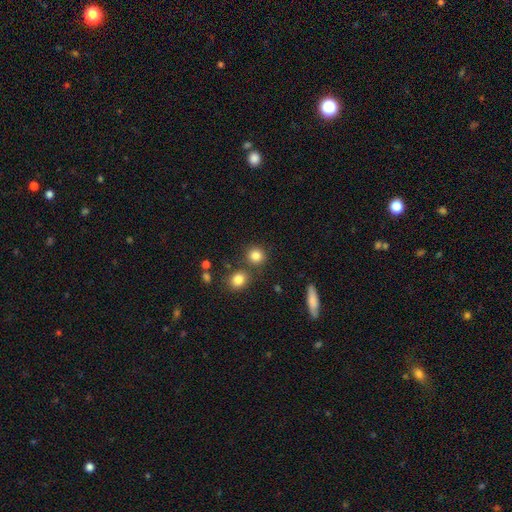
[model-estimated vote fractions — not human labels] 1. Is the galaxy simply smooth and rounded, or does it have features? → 83% smooth, 11% star or artifact, 6% featured or disk.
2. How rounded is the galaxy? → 88% round, 11% in between, 1% cigar-shaped.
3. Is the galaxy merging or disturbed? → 77% none, 12% merger, 8% minor disturbance, 3% major disturbance.